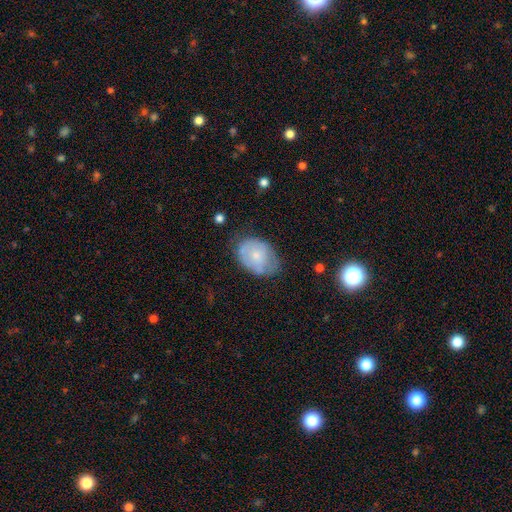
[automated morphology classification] Smooth or featured?
  - smooth: 60% *
  - featured or disk: 32%
  - star or artifact: 7%
How rounded?
  - in between: 77% *
  - round: 22%
  - cigar-shaped: 1%
Merging?
  - none: 57% *
  - minor disturbance: 31%
  - major disturbance: 10%
  - merger: 2%